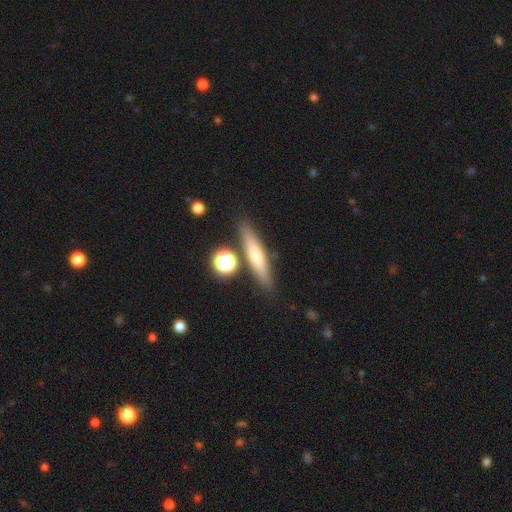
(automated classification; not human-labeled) Smooth or featured: smooth — 61% (featured or disk — 30%)
How rounded: cigar-shaped — 81% (in between — 15%)
Merging: none — 82% (minor disturbance — 9%)